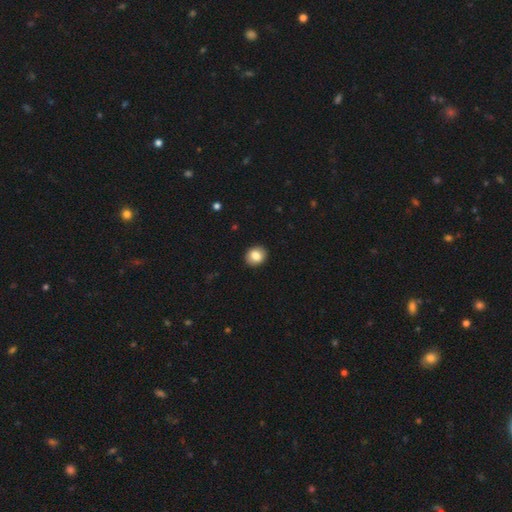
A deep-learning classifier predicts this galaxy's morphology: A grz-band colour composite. It shows a smooth galaxy with no disk features (83%) that is round (72%). Merging: none (91%).